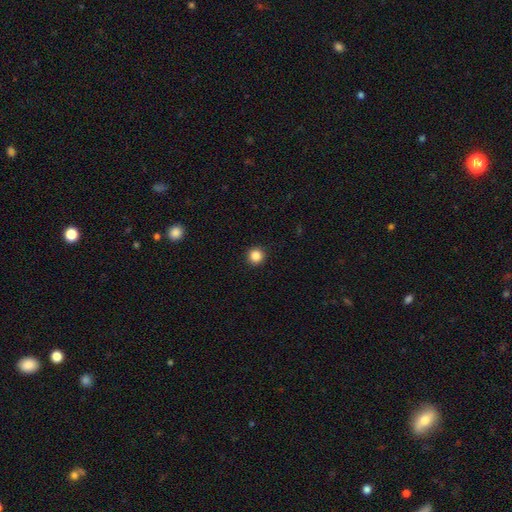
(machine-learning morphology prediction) The model was most divided on "smooth or featured": smooth: 86%, star or artifact: 11%, featured or disk: 3%. More confident: how rounded — round (95%); merging — none (93%).